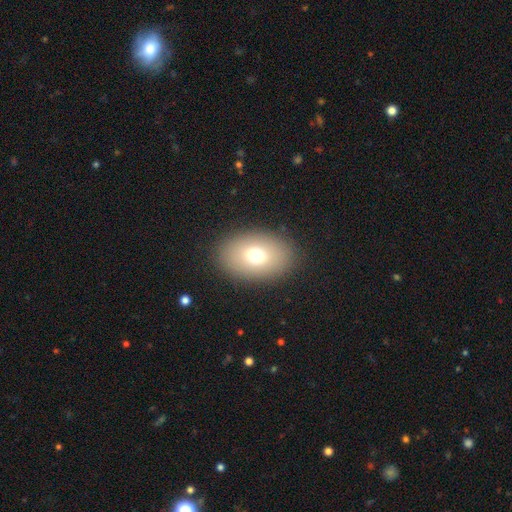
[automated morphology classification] A smooth galaxy with no disk features (72%) that is in between round and cigar-shaped (79%). Merging: none (87%).